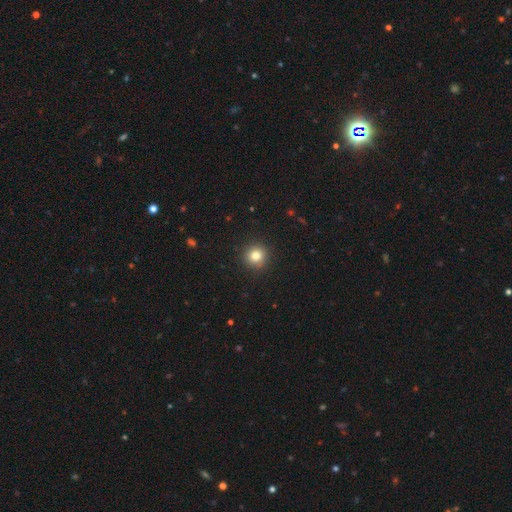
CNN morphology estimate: type=smooth (82%); roundness=round (95%); merging=none (92%).